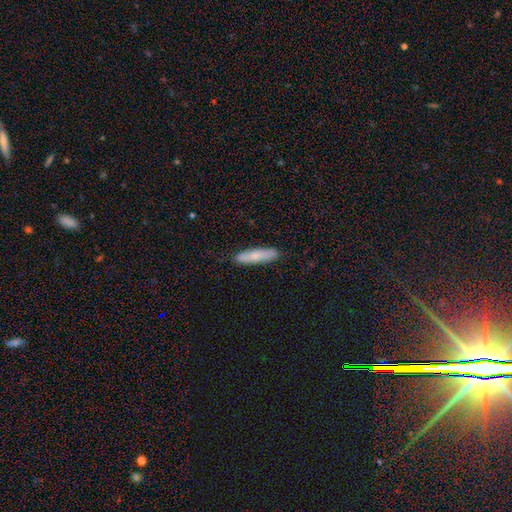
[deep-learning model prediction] smooth-or-featured: smooth: 73% | featured or disk: 21% | star or artifact: 6%
  how-rounded: cigar-shaped: 81% | in between: 17% | round: 2%
  merging: none: 87% | minor disturbance: 10% | major disturbance: 2% | merger: 1%